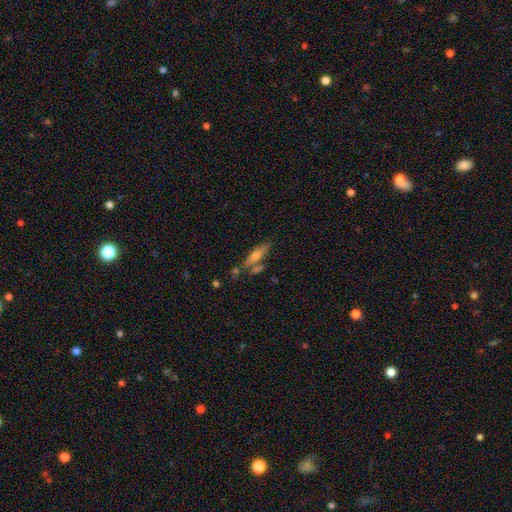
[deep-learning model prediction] Q: Smooth or featured?
A: smooth (56%); runner-up: featured or disk (34%)
Q: How rounded?
A: cigar-shaped (72%); runner-up: in between (25%)
Q: Merging?
A: none (62%); runner-up: merger (18%)